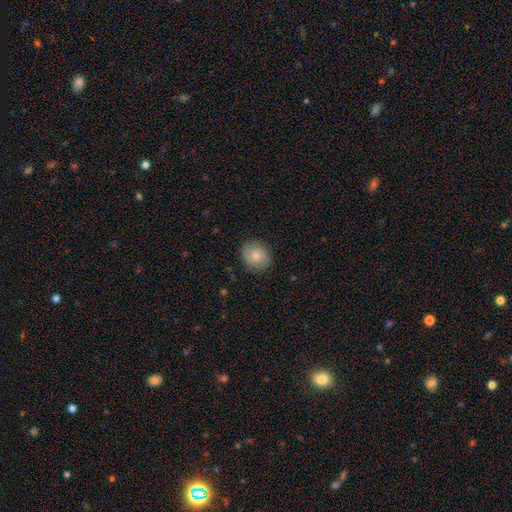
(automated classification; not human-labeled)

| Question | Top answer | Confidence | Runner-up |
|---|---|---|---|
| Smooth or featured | smooth | 77% | featured or disk (16%) |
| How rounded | round | 63% | in between (36%) |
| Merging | none | 84% | minor disturbance (12%) |